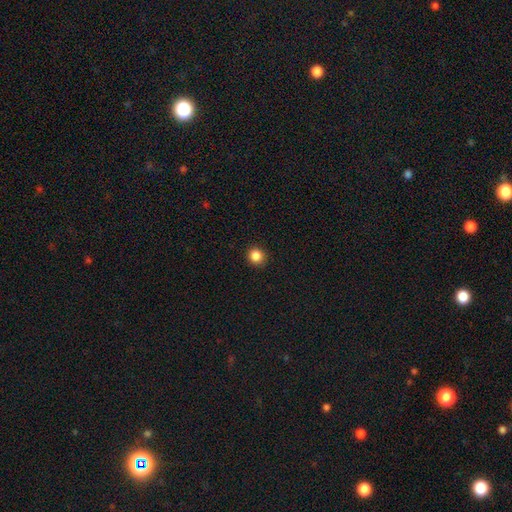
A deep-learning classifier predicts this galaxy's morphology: Smooth or featured? Predicted: smooth (p=0.86). How rounded? Predicted: round (p=0.91). Merging? Predicted: none (p=0.92).